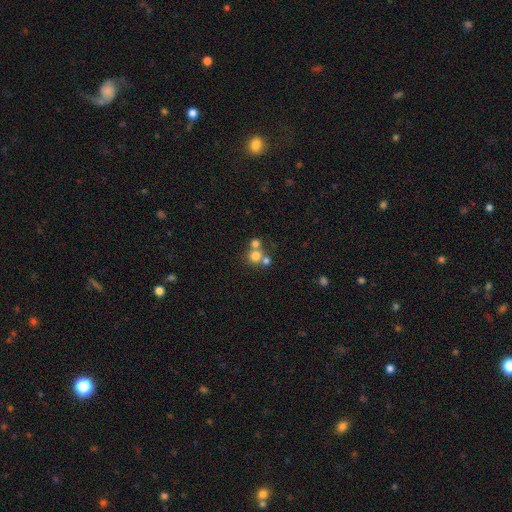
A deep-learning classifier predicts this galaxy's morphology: Smooth or featured? Predicted: smooth (p=0.71). How rounded? Predicted: round (p=0.87). Merging? Predicted: none (p=0.46).